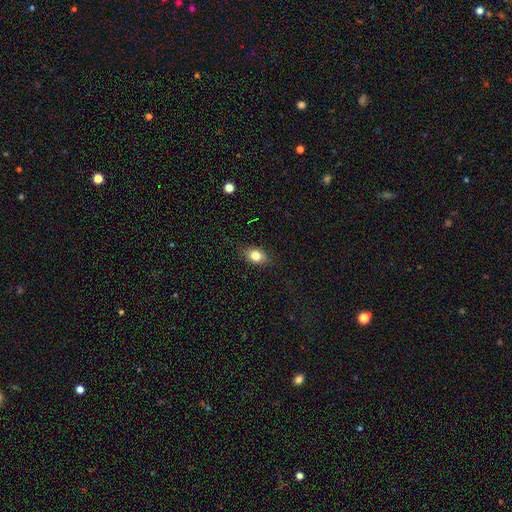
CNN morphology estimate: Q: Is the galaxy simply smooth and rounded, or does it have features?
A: smooth — 81%.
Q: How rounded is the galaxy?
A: in between — 75%.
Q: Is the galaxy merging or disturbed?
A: none — 84%.